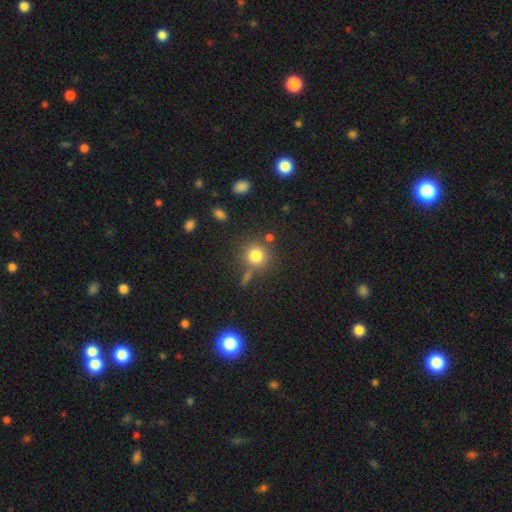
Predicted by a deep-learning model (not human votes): The model was most divided on "merging": none: 74%, merger: 11%, minor disturbance: 10%, major disturbance: 4%. More confident: how rounded — round (90%); smooth or featured — smooth (78%).